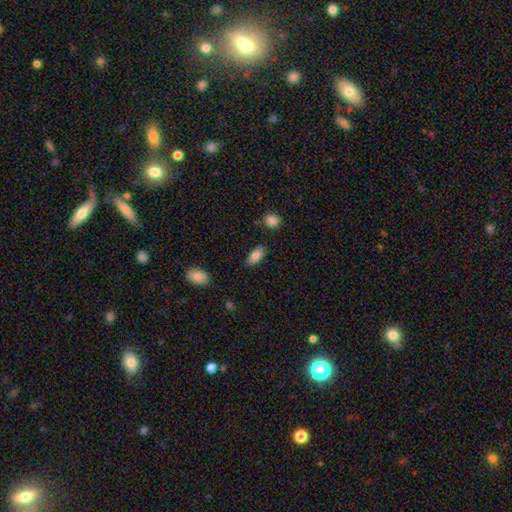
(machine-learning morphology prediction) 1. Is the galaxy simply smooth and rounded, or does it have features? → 85% smooth, 8% featured or disk, 7% star or artifact.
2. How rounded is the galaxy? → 88% in between, 10% cigar-shaped, 2% round.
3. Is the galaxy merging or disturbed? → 84% none, 11% minor disturbance, 3% major disturbance, 2% merger.